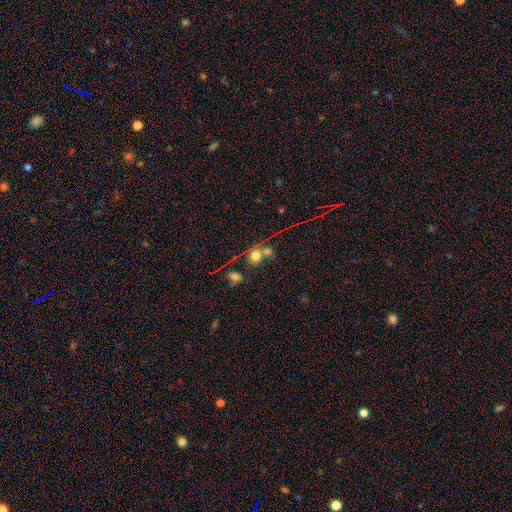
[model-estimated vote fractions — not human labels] A smooth galaxy with no disk features (70%) that is round (74%). Merging: none (48%).